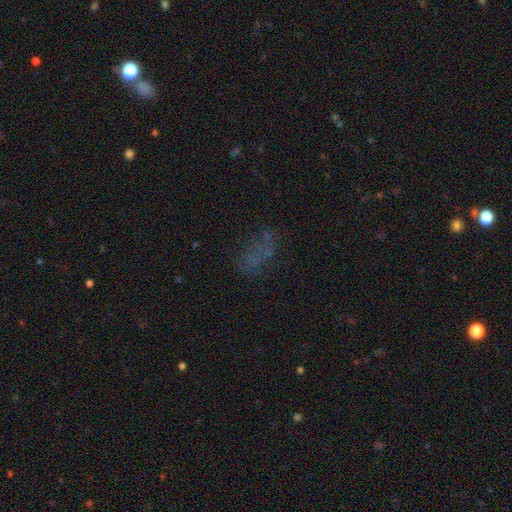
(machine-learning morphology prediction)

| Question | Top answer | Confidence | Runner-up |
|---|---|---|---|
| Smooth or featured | smooth | 45% | star or artifact (32%) |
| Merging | none | 54% | major disturbance (21%) |